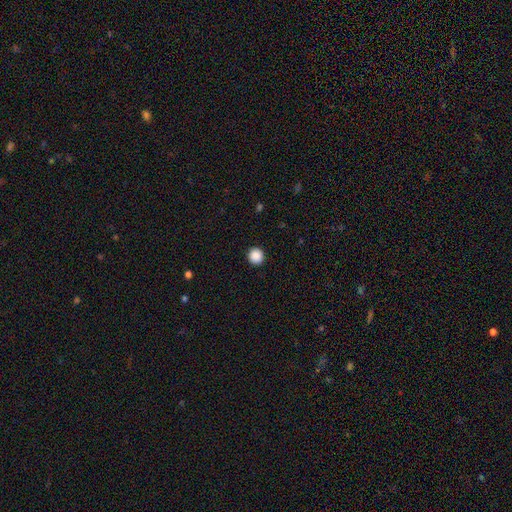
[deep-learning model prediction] This is clearly a smooth galaxy (89%). How rounded: clearly round (94%). Merging: clearly none (93%).